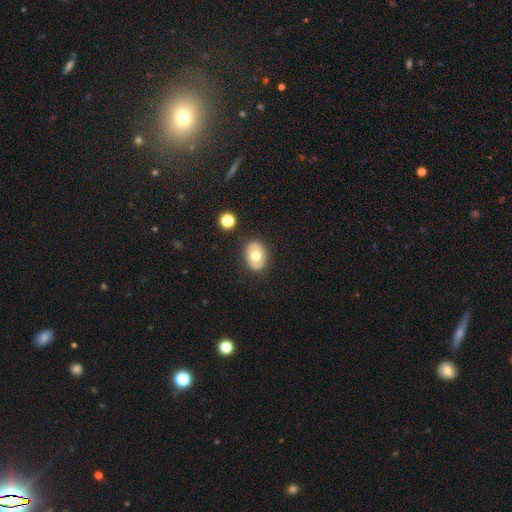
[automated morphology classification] Smooth or featured: smooth — 63% (featured or disk — 30%)
How rounded: in between — 70% (round — 29%)
Merging: none — 85% (minor disturbance — 10%)